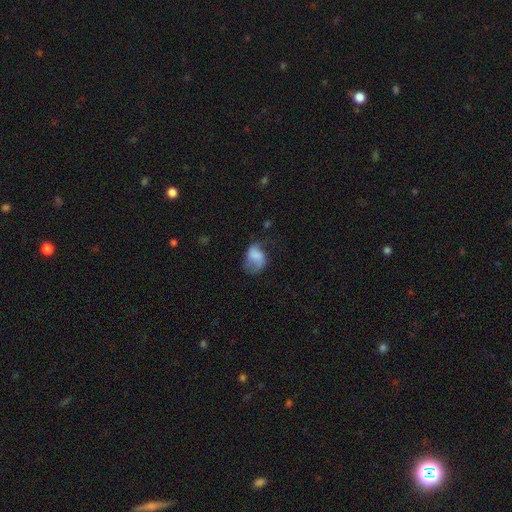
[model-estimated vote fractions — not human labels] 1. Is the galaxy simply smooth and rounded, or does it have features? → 65% smooth, 26% featured or disk, 9% star or artifact.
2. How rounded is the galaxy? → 70% in between, 29% round, 1% cigar-shaped.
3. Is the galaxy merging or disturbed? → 33% major disturbance (tied), 33% none (tied), 31% minor disturbance, 3% merger.